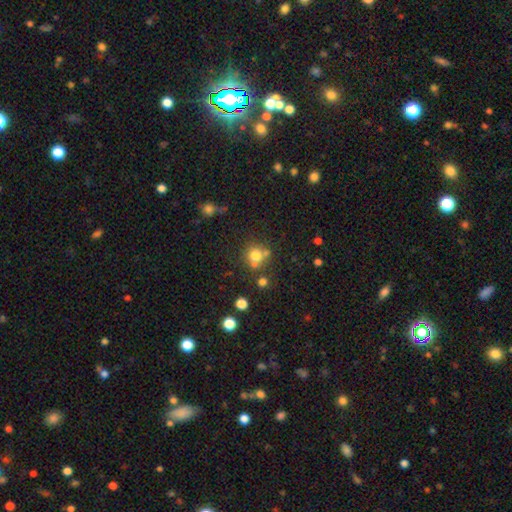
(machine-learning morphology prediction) type=smooth (72%); roundness=round (87%); merging=none (61%).